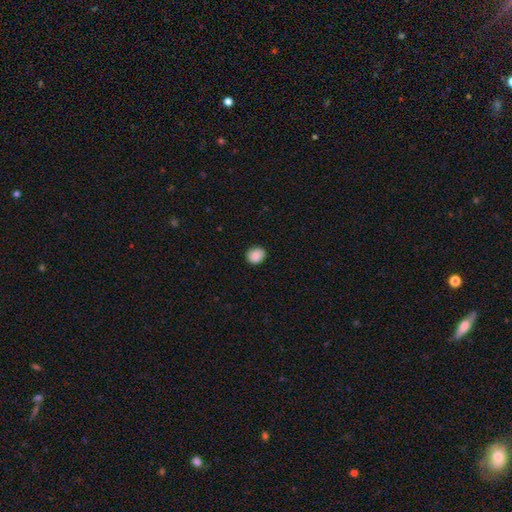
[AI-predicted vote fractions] A smooth galaxy with no disk features (88%) that is round (73%).

Vote fractions:
- Smooth or featured? smooth: 88% / star or artifact: 8% / featured or disk: 4%
- How rounded? round: 73% / in between: 26% / cigar-shaped: 1%
- Merging? none: 86% / minor disturbance: 11% / major disturbance: 2% / merger: 1%